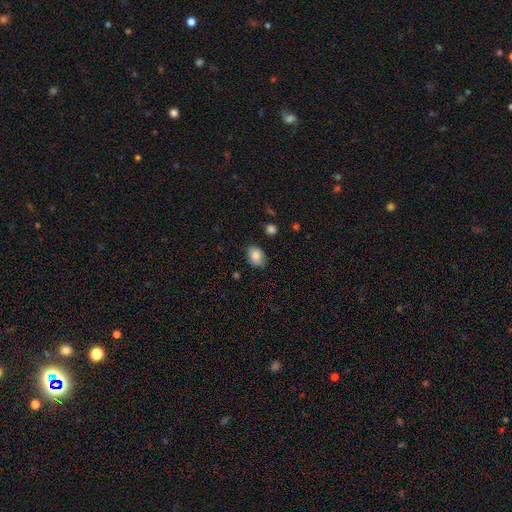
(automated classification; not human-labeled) Smooth or featured? Predicted: smooth (p=0.84). How rounded? Predicted: in between (p=0.68). Merging? Predicted: none (p=0.79).